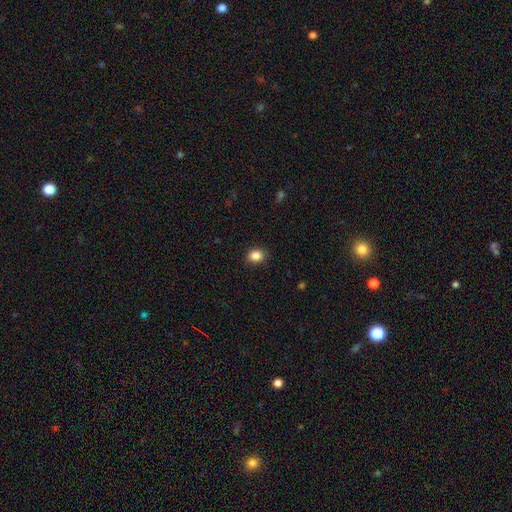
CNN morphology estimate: Q: Smooth or featured?
A: smooth (87%); runner-up: star or artifact (10%)
Q: How rounded?
A: in between (52%); runner-up: round (47%)
Q: Merging?
A: none (89%); runner-up: minor disturbance (8%)